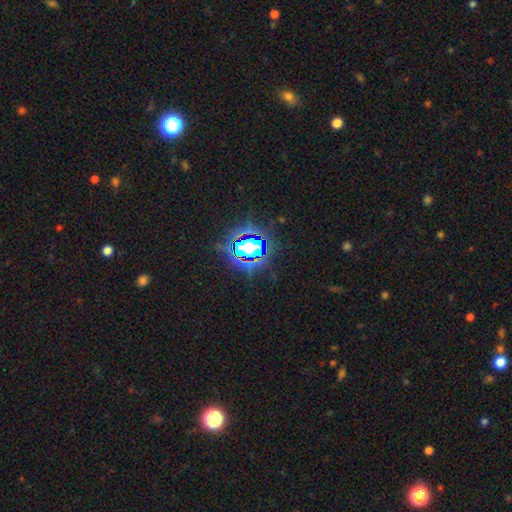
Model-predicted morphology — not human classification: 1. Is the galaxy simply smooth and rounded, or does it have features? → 76% star or artifact, 15% smooth, 9% featured or disk.